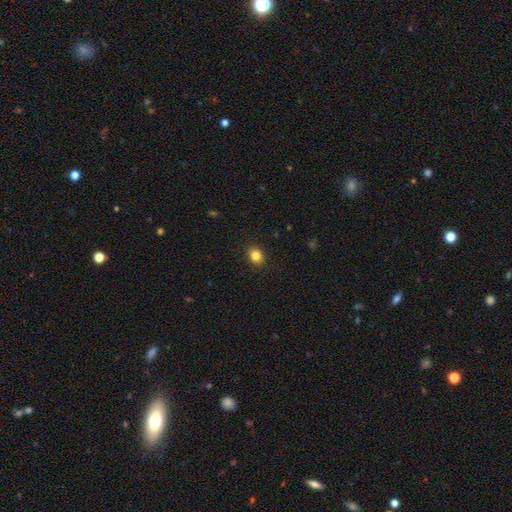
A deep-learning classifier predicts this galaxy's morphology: Smooth or featured? smooth (83%)
How rounded? round (56%)
Merging? none (90%)